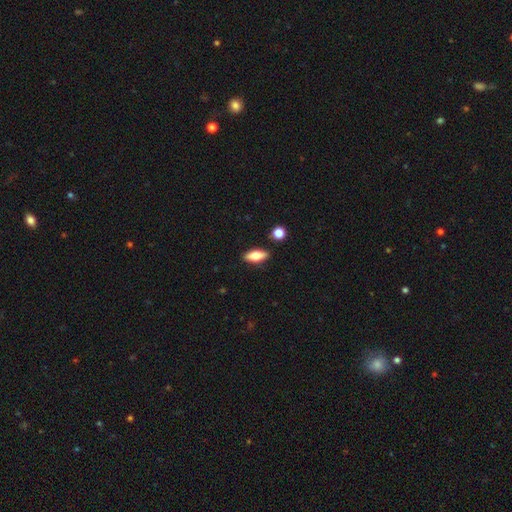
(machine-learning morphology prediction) Smooth or featured? smooth (68%)
How rounded? in between (72%)
Merging? none (87%)